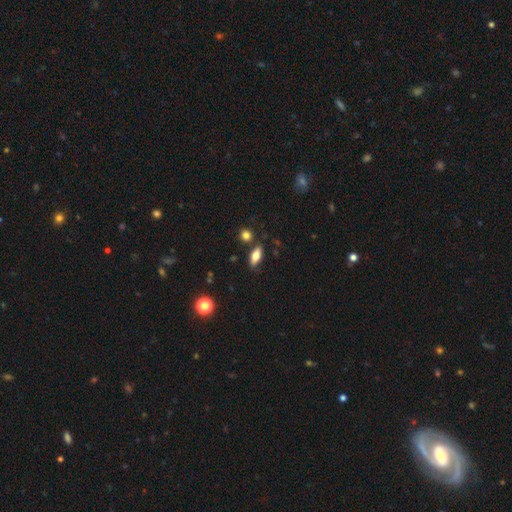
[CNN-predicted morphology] A smooth galaxy with no disk features (70%) that is in between round and cigar-shaped (75%). Merging: none (79%).